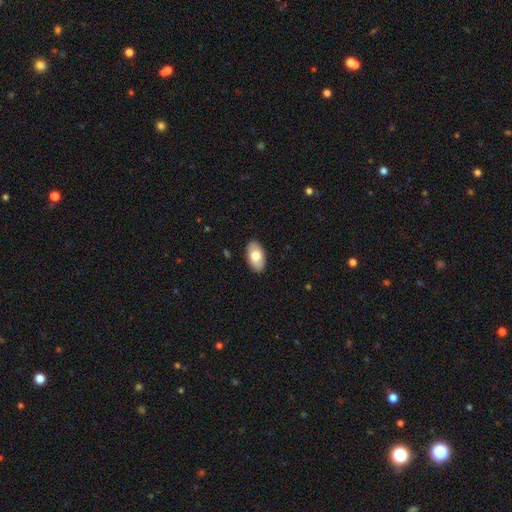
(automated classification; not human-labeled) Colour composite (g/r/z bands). It shows a smooth galaxy with no disk features (76%) that is in between round and cigar-shaped (95%). Merging: none (89%).